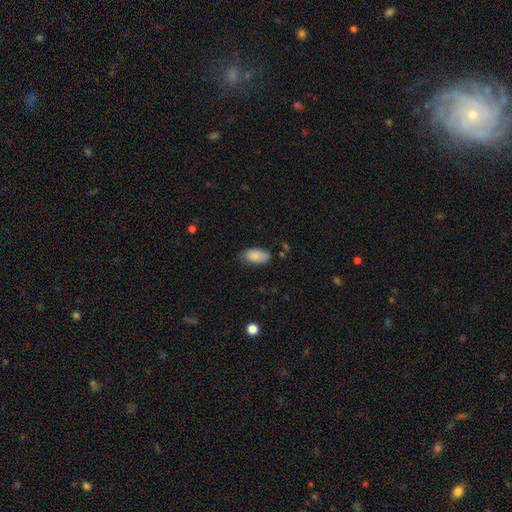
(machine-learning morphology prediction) Smooth or featured? smooth (86%)
How rounded? in between (93%)
Merging? none (66%)